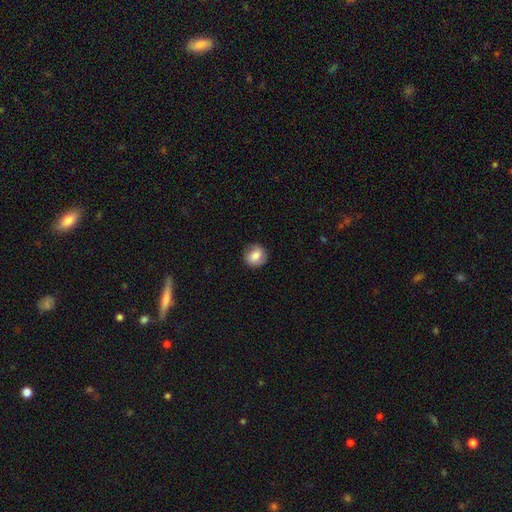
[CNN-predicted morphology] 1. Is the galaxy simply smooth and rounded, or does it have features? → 75% smooth, 16% featured or disk, 8% star or artifact.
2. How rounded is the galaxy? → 86% round, 13% in between, 1% cigar-shaped.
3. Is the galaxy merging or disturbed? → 85% none, 11% minor disturbance, 3% major disturbance, 1% merger.